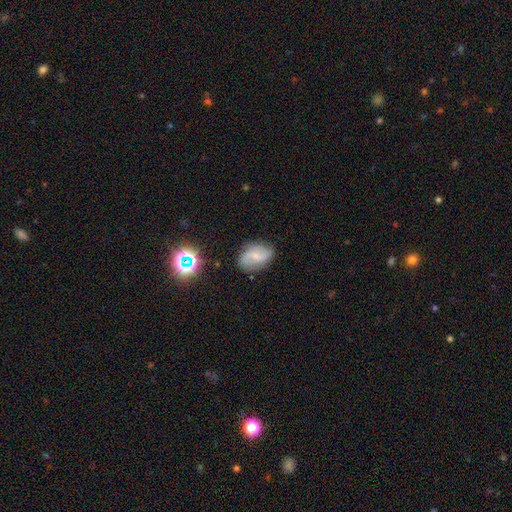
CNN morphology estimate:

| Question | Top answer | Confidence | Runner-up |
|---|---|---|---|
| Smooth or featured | featured or disk | 52% | smooth (37%) |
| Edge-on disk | no | 96% | yes (4%) |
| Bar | weak | 47% | no (39%) |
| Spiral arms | yes | 87% | no (13%) |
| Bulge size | small | 59% | moderate (24%) |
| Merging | none | 74% | minor disturbance (19%) |